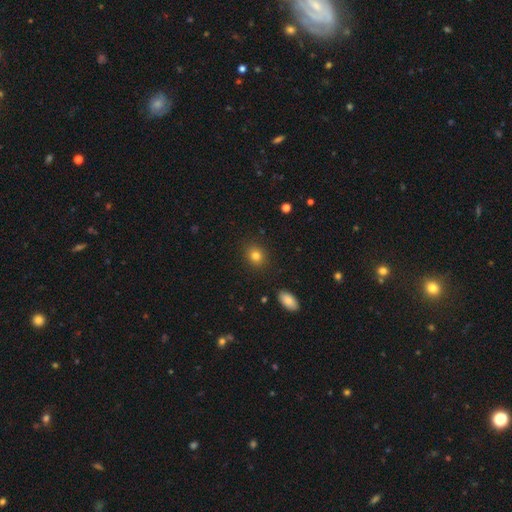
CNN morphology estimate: A smooth galaxy with no disk features (82%) that is round (68%).

Vote fractions:
- Smooth or featured? smooth: 82% / star or artifact: 11% / featured or disk: 7%
- How rounded? round: 68% / in between: 31% / cigar-shaped: 1%
- Merging? none: 88% / minor disturbance: 8% / major disturbance: 2% / merger: 2%